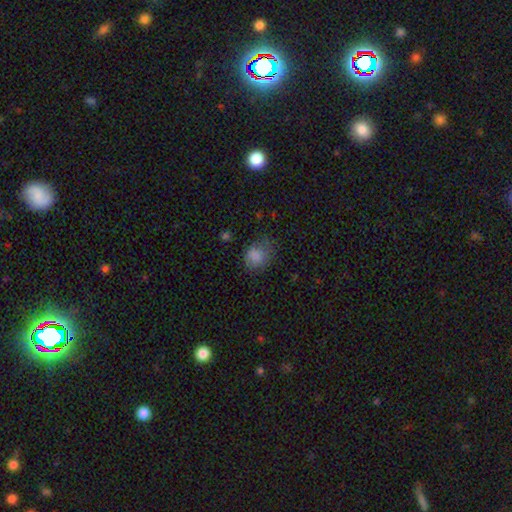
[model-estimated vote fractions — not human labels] Morphology: type=smooth (82%); roundness=round (51%); merging=none (55%).